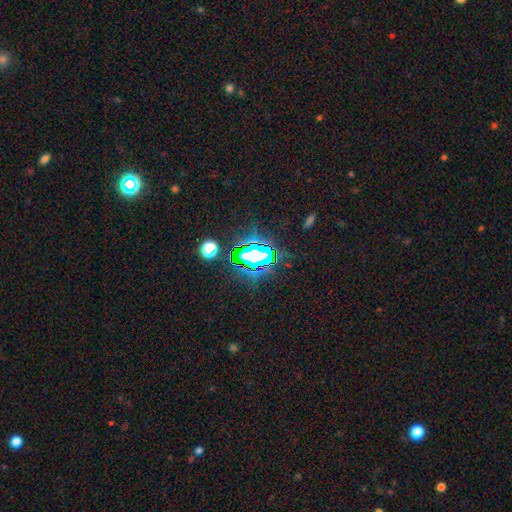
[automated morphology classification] smooth_or_featured: star or artifact (p=0.67) [alt: smooth p=0.19]